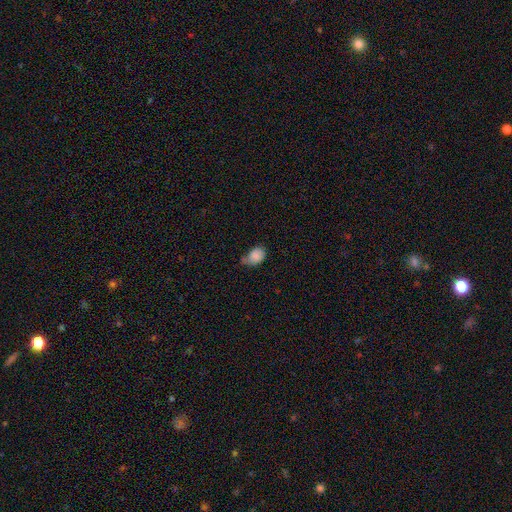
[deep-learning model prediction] This is clearly a smooth galaxy (83%). How rounded: likely in between (74%). Merging: marginally minor disturbance (41%).